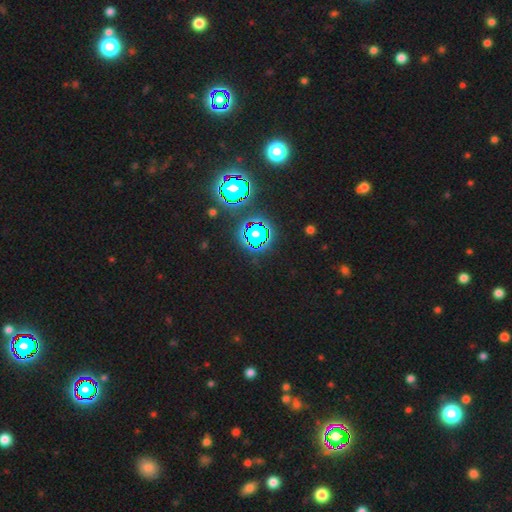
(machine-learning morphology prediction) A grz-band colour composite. It shows a star or artifact, not a galaxy (80%).